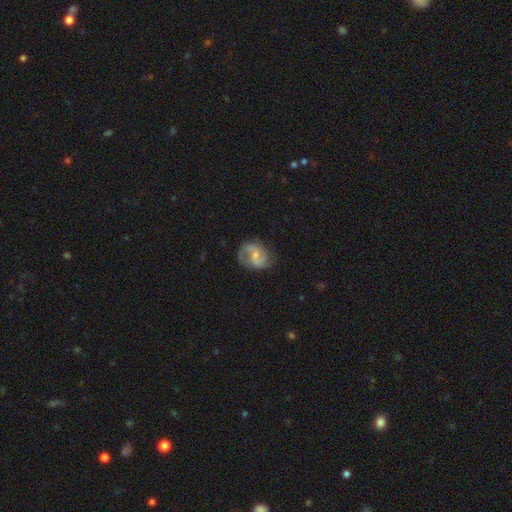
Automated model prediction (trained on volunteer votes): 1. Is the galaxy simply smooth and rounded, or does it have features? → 71% featured or disk, 22% smooth, 6% star or artifact.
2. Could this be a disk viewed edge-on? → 98% no, 2% yes.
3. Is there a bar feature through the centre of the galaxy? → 46% weak, 41% no, 13% strong.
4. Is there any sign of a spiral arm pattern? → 90% yes, 10% no.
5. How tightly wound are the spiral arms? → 49% medium, 31% loose, 20% tight.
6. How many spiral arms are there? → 82% 2, 9% can't tell, 4% 1, 3% 3, 1% 4, 1% more than 4.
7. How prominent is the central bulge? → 54% small, 36% moderate, 7% none, 2% large, 1% dominant.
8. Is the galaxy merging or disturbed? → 67% none, 22% minor disturbance, 10% major disturbance, 2% merger.